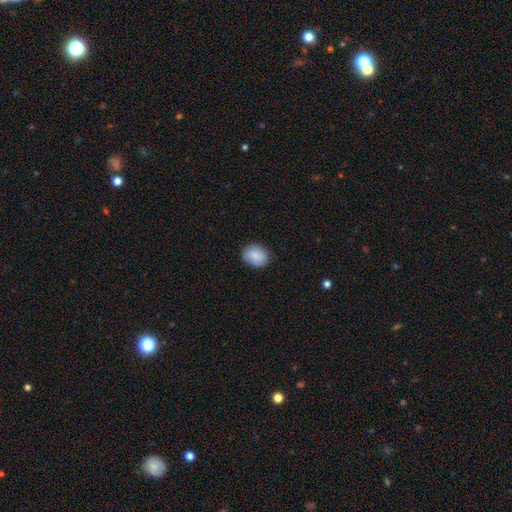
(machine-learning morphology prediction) type=smooth (88%); roundness=in between (52%); merging=none (86%).